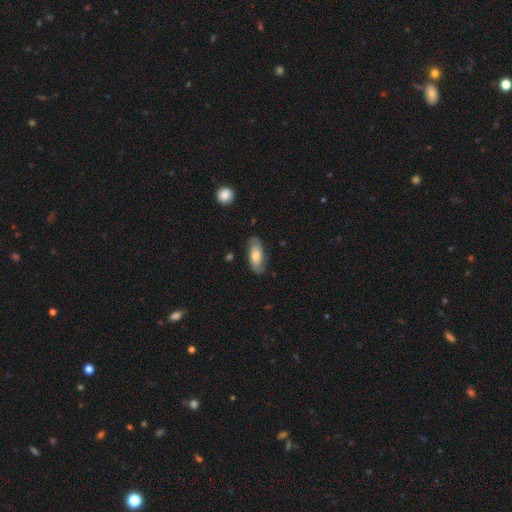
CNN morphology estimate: A smooth galaxy with no disk features (48%).

Vote fractions:
- Smooth or featured? smooth: 48% / featured or disk: 46% / star or artifact: 6%
- Merging? none: 78% / minor disturbance: 17% / major disturbance: 4% / merger: 1%